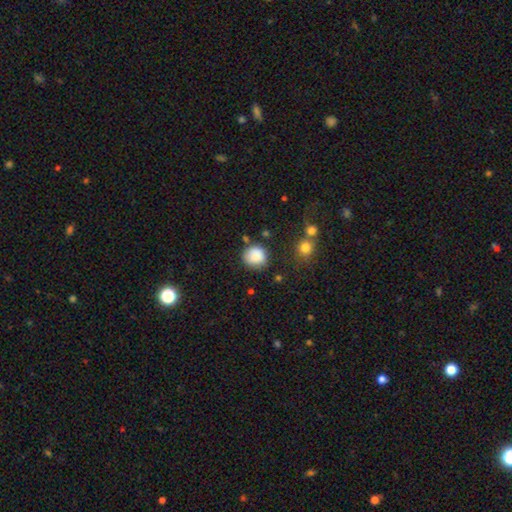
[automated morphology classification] Smooth or featured?
  - smooth: 85% *
  - star or artifact: 9%
  - featured or disk: 6%
How rounded?
  - round: 88% *
  - in between: 11%
  - cigar-shaped: 1%
Merging?
  - none: 74% *
  - minor disturbance: 16%
  - merger: 5%
  - major disturbance: 5%